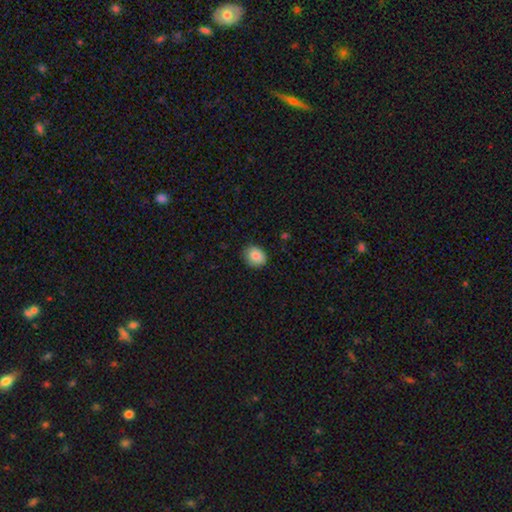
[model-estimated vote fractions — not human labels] Smooth or featured? Predicted: smooth (p=0.85). How rounded? Predicted: round (p=0.58). Merging? Predicted: none (p=0.85).